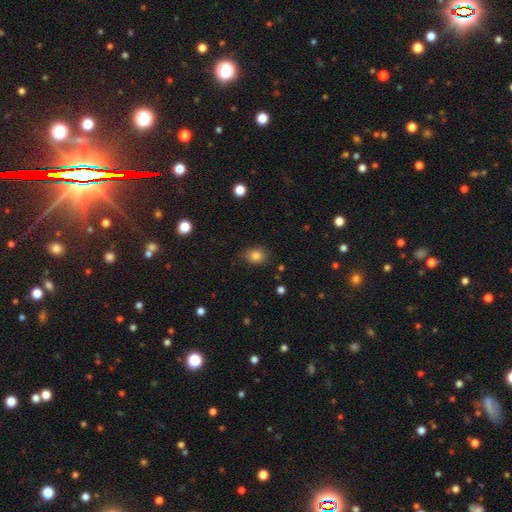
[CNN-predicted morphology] A smooth galaxy with no disk features (82%) that is in between round and cigar-shaped (52%). Merging: none (80%).